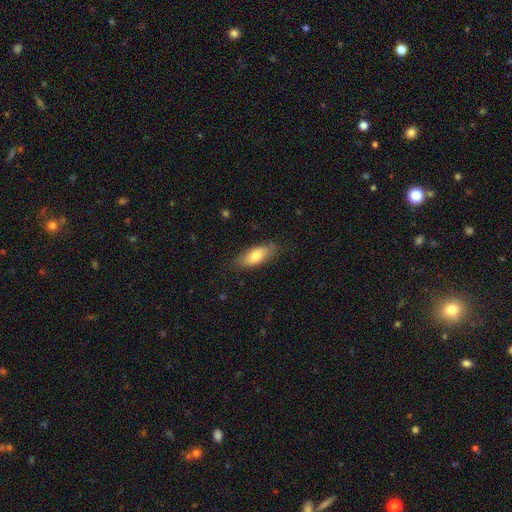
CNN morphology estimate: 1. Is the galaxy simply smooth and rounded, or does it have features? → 74% smooth, 19% featured or disk, 6% star or artifact.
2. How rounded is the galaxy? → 80% in between, 18% cigar-shaped, 3% round.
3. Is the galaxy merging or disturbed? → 79% none, 17% minor disturbance, 4% major disturbance, 1% merger.